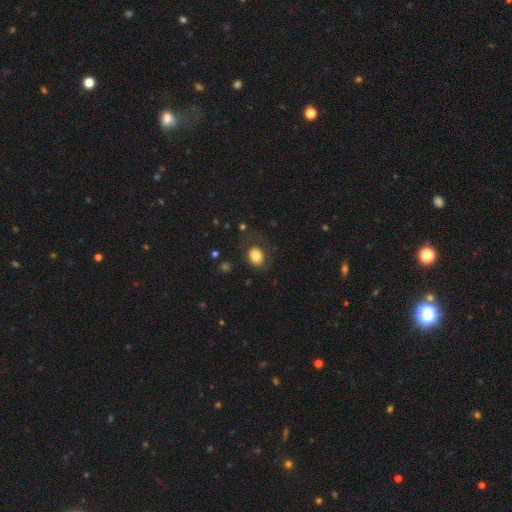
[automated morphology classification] Smooth or featured? Predicted: smooth (p=0.80). How rounded? Predicted: round (p=0.54). Merging? Predicted: none (p=0.71).